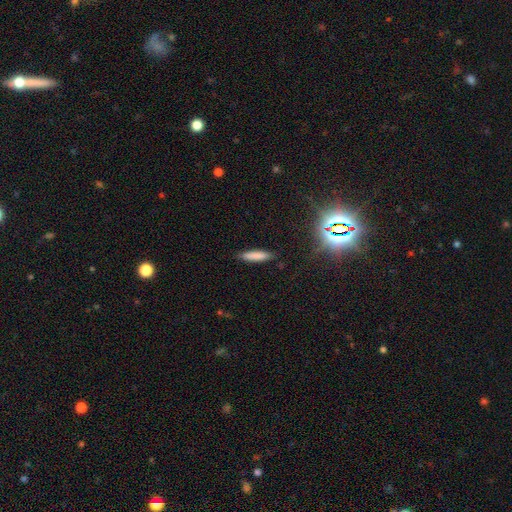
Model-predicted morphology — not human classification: A smooth galaxy with no disk features (81%) that is cigar-shaped (83%).

Vote fractions:
- Smooth or featured? smooth: 81% / featured or disk: 10% / star or artifact: 9%
- How rounded? cigar-shaped: 83% / in between: 16% / round: 1%
- Merging? none: 87% / minor disturbance: 10% / major disturbance: 2% / merger: 1%